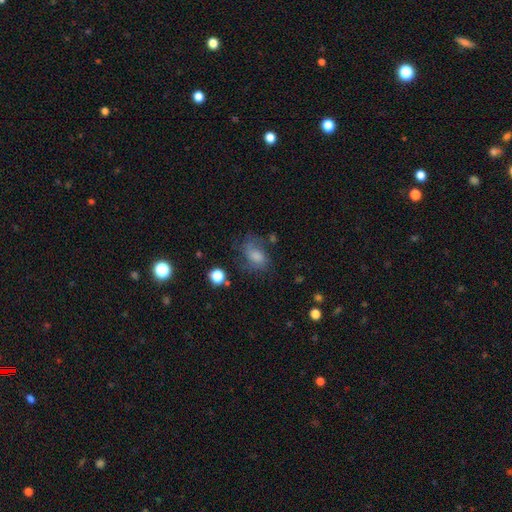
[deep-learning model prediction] Smooth or featured? smooth (61%)
How rounded? in between (76%)
Merging? none (46%)